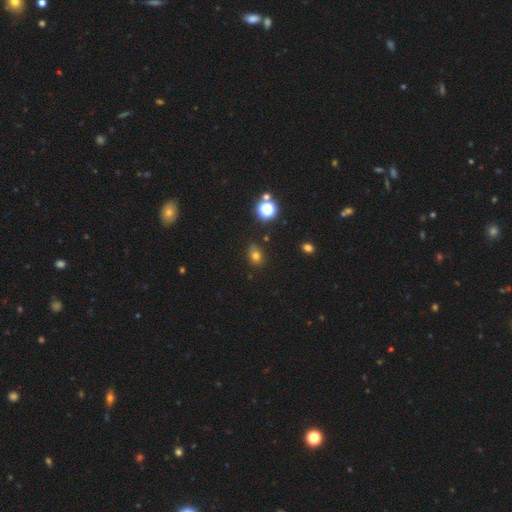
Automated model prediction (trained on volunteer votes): Q: Smooth or featured?
A: smooth (72%); runner-up: star or artifact (19%)
Q: How rounded?
A: in between (56%); runner-up: round (43%)
Q: Merging?
A: none (77%); runner-up: minor disturbance (16%)